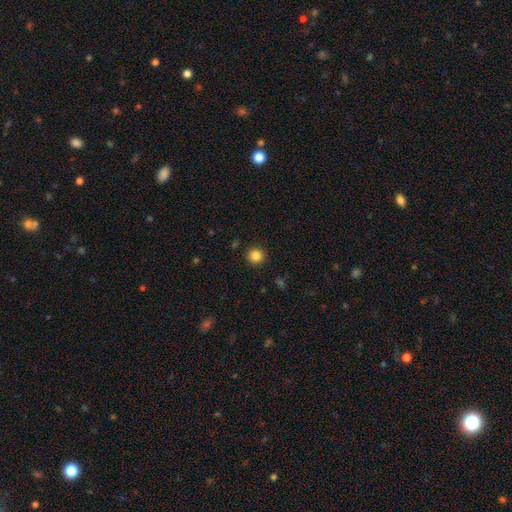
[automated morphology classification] The model was most divided on "smooth or featured": smooth: 84%, star or artifact: 11%, featured or disk: 5%. More confident: how rounded — round (95%); merging — none (92%).